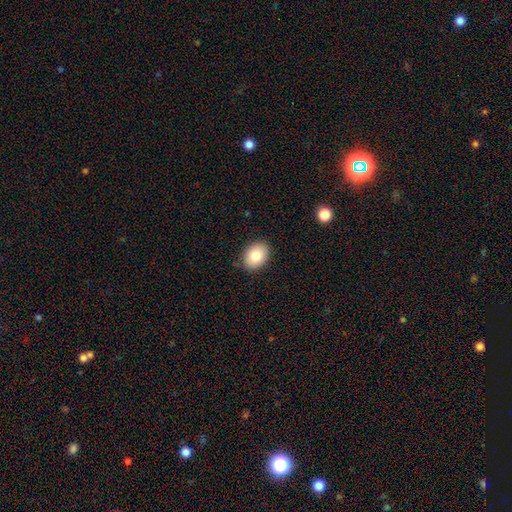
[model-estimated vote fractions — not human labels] The model was most divided on "how rounded": in between: 69%, round: 30%, cigar-shaped: 1%. More confident: merging — none (88%); smooth or featured — smooth (81%).